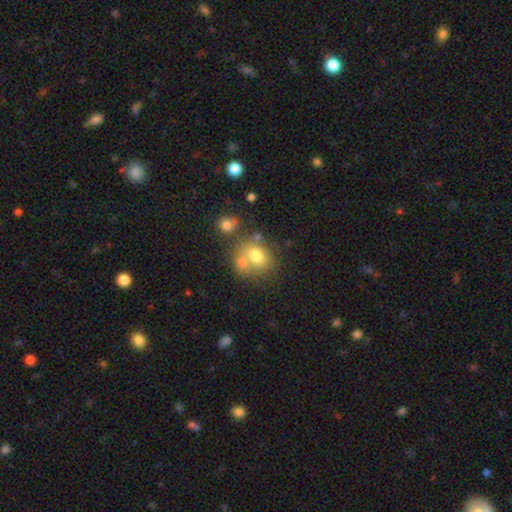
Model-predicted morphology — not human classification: smooth_or_featured: smooth (p=0.71) [alt: featured or disk p=0.18]
how_rounded: round (p=0.57) [alt: in between p=0.42]
merging: none (p=0.41) [alt: merger p=0.39]